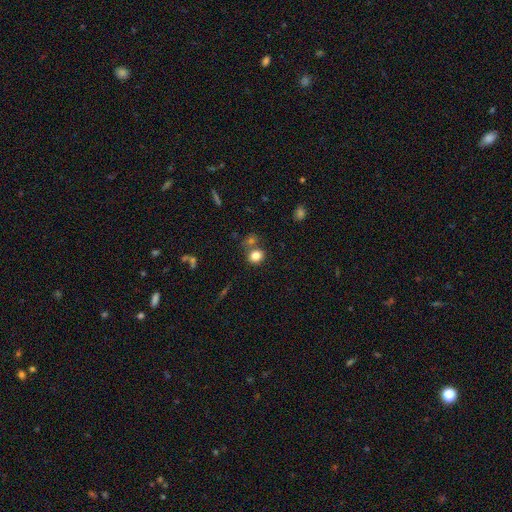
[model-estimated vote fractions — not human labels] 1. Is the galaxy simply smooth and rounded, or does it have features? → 81% smooth, 12% star or artifact, 7% featured or disk.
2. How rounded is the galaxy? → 73% round, 26% in between, 1% cigar-shaped.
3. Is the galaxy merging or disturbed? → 64% none, 21% merger, 11% minor disturbance, 4% major disturbance.